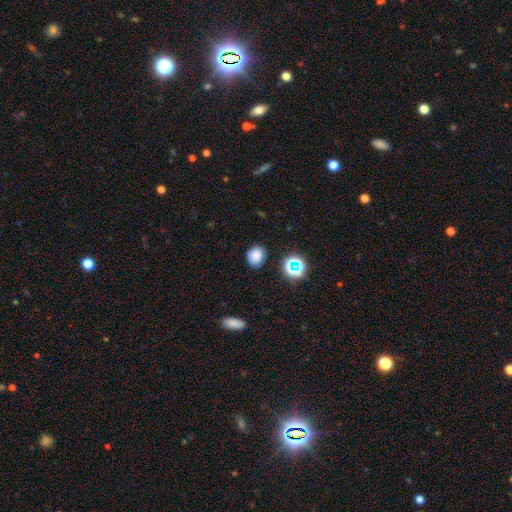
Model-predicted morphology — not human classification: Smooth or featured? Predicted: smooth (p=0.79). How rounded? Predicted: round (p=0.55). Merging? Predicted: none (p=0.82).